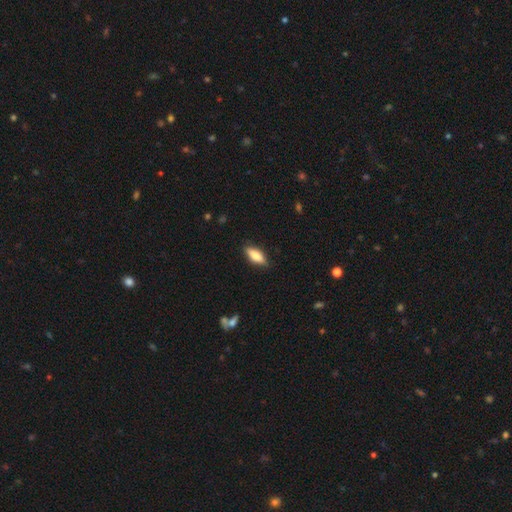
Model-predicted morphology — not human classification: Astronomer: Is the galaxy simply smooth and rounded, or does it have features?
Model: smooth — 76%.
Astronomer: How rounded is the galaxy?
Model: in between — 71%.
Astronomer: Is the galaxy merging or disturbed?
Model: none — 86%.